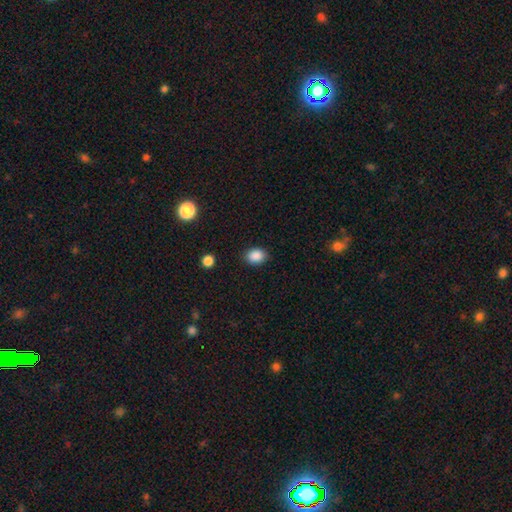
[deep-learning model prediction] Q: Smooth or featured?
A: smooth (88%); runner-up: star or artifact (9%)
Q: How rounded?
A: in between (60%); runner-up: round (39%)
Q: Merging?
A: none (85%); runner-up: minor disturbance (11%)